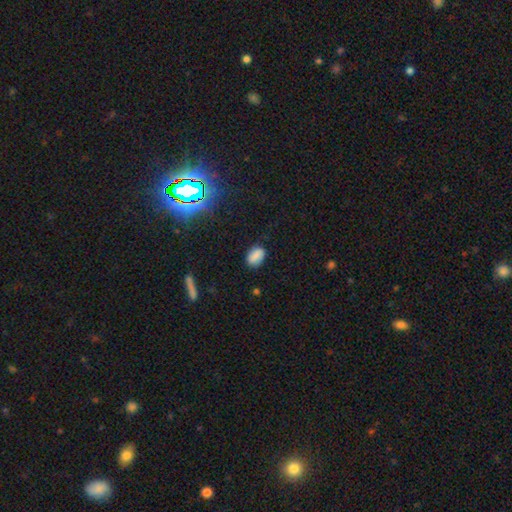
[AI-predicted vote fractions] A smooth galaxy with no disk features (82%) that is in between round and cigar-shaped (84%).

Vote fractions:
- Smooth or featured? smooth: 82% / star or artifact: 10% / featured or disk: 8%
- How rounded? in between: 84% / round: 14% / cigar-shaped: 2%
- Merging? none: 80% / minor disturbance: 15% / major disturbance: 3% / merger: 2%